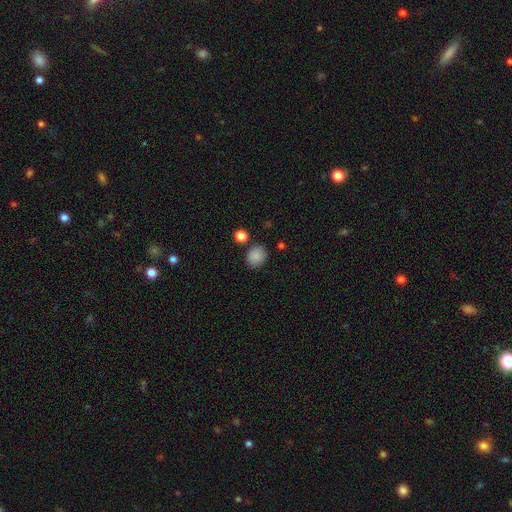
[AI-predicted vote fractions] Overall: smooth (87%). How rounded: round (68%; in between 31%). Merging: none (81%).